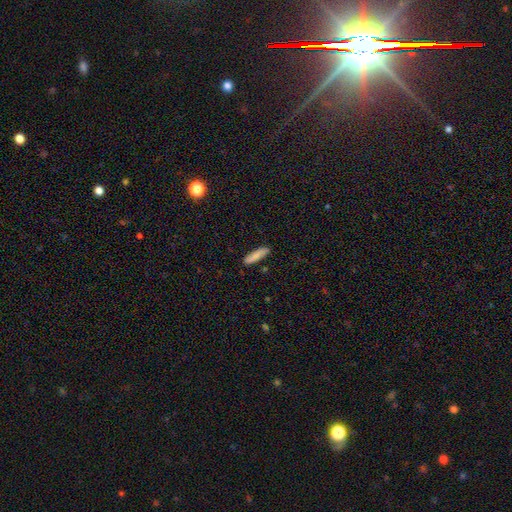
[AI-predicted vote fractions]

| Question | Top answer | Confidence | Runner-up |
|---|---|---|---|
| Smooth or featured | smooth | 82% | featured or disk (12%) |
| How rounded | cigar-shaped | 73% | in between (25%) |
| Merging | none | 87% | minor disturbance (9%) |